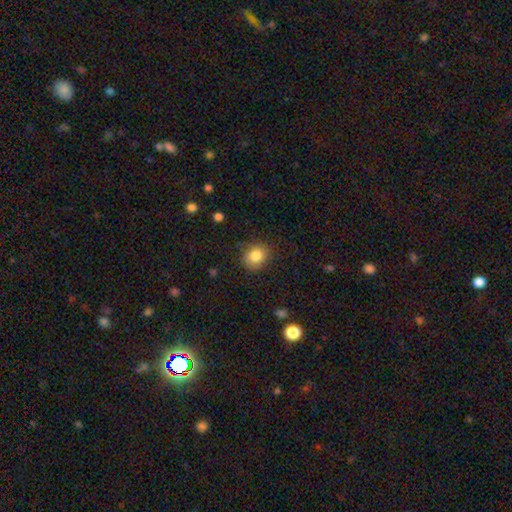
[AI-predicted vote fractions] Smooth or featured? smooth (84%)
How rounded? round (69%)
Merging? none (77%)